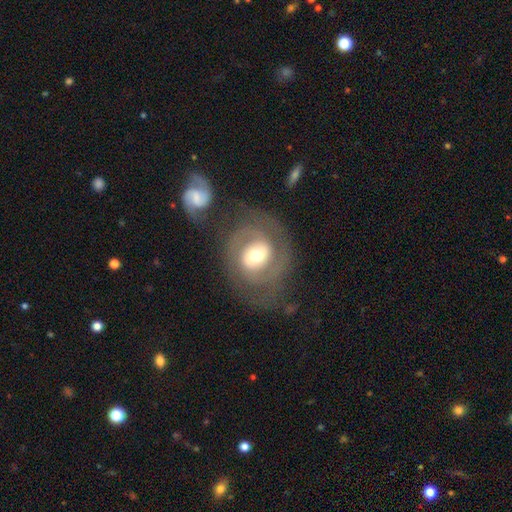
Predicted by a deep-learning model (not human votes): Overall: featured or disk (76%). Edge-on disk: no (97%). Bar: no (44%; weak 36%). Spiral arms: yes (85%). Spiral arm count: 2 (73%). Spiral winding: tight (50%; medium 36%). Bulge size: moderate (62%). Merging: none (66%).